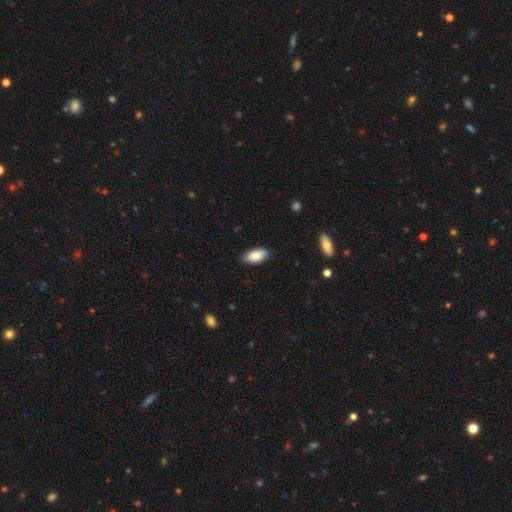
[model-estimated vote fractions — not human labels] A smooth galaxy with no disk features (87%) that is in between round and cigar-shaped (92%). Merging: none (85%).